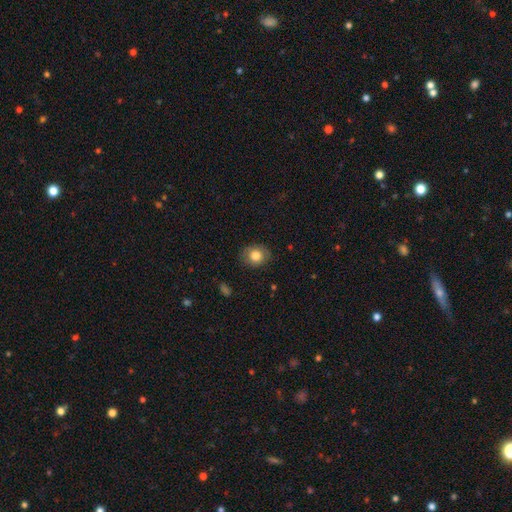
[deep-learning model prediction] Smooth or featured?
  - smooth: 78% *
  - featured or disk: 13%
  - star or artifact: 9%
How rounded?
  - round: 60% *
  - in between: 39%
  - cigar-shaped: 1%
Merging?
  - none: 82% *
  - minor disturbance: 14%
  - major disturbance: 3%
  - merger: 1%